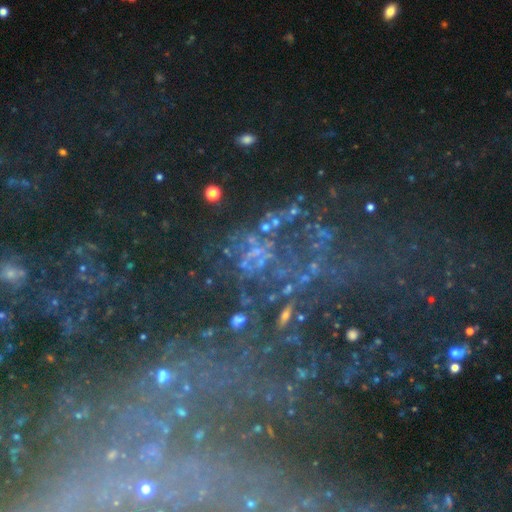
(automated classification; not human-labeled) featured or disk 41%, star or artifact 39%, smooth 20%. Down the decision tree: merging — none (46%).